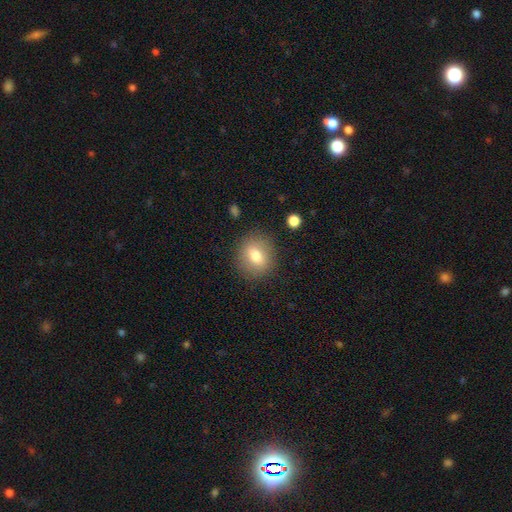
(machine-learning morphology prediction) A smooth galaxy with no disk features (75%) that is round (71%).

Vote fractions:
- Smooth or featured? smooth: 75% / featured or disk: 16% / star or artifact: 10%
- How rounded? round: 71% / in between: 28% / cigar-shaped: 1%
- Merging? none: 85% / minor disturbance: 10% / major disturbance: 4% / merger: 2%